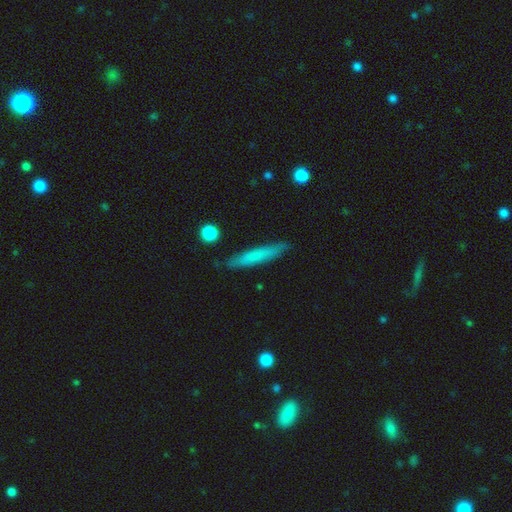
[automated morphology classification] Smooth or featured? smooth (66%)
How rounded? cigar-shaped (93%)
Merging? none (86%)